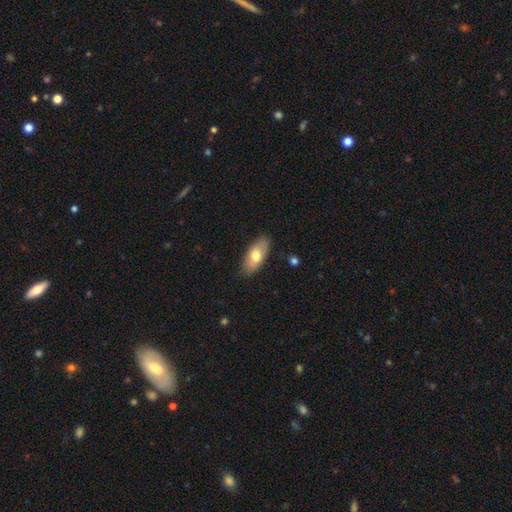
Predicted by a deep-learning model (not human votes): Smooth or featured: smooth — 68% (featured or disk — 26%)
How rounded: in between — 87% (cigar-shaped — 10%)
Merging: none — 85% (minor disturbance — 11%)